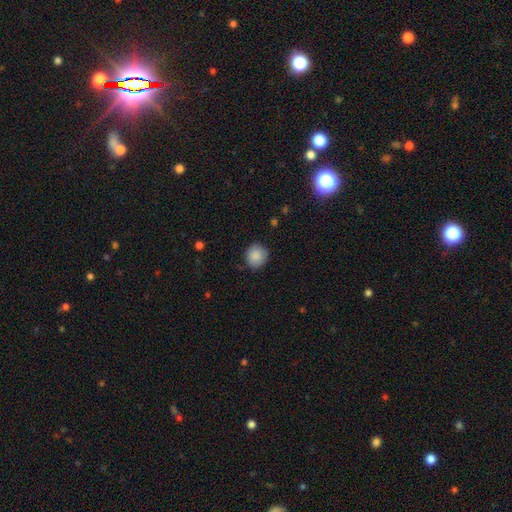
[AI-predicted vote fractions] smooth 88%, star or artifact 8%, featured or disk 5%. Down the decision tree: how rounded — round (86%); merging — none (84%).